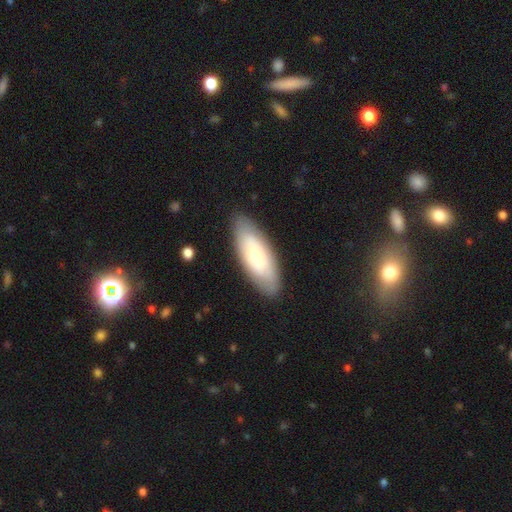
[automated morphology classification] A smooth galaxy with no disk features (65%) that is in between round and cigar-shaped (75%). Merging: none (85%).